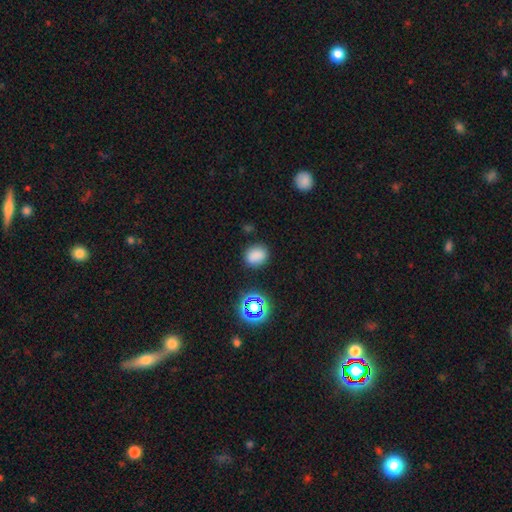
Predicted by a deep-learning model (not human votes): Smooth or featured? Predicted: smooth (p=0.80). How rounded? Predicted: in between (p=0.50). Merging? Predicted: none (p=0.83).